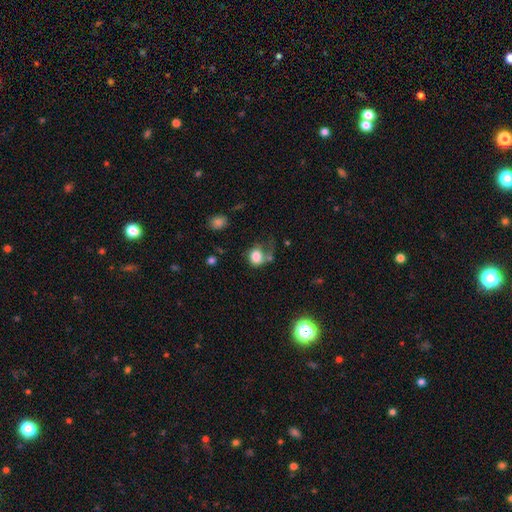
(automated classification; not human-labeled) Overall: smooth (76%). How rounded: round (59%; in between 40%). Merging: none (32%; major disturbance 31%).